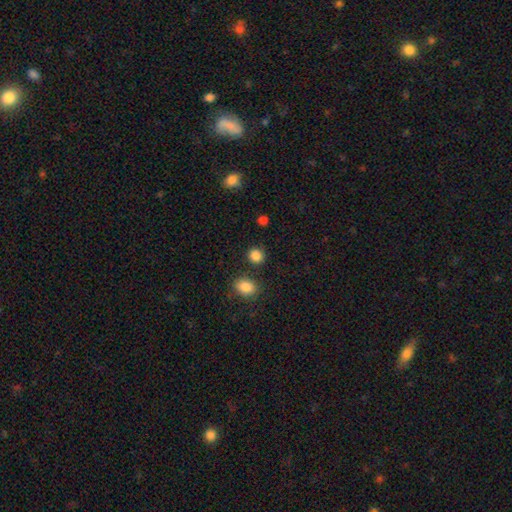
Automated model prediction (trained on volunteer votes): Smooth or featured?
  - smooth: 86% *
  - star or artifact: 11%
  - featured or disk: 3%
How rounded?
  - round: 83% *
  - in between: 16%
  - cigar-shaped: 1%
Merging?
  - none: 83% *
  - minor disturbance: 9%
  - merger: 5%
  - major disturbance: 3%